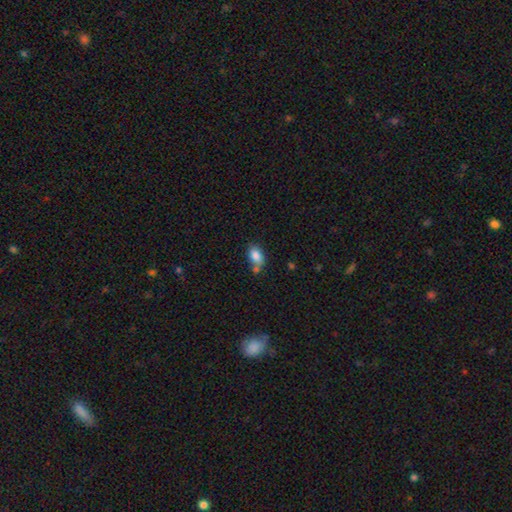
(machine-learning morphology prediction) Q: Smooth or featured?
A: smooth (83%); runner-up: star or artifact (9%)
Q: How rounded?
A: in between (87%); runner-up: round (11%)
Q: Merging?
A: none (50%); runner-up: merger (24%)